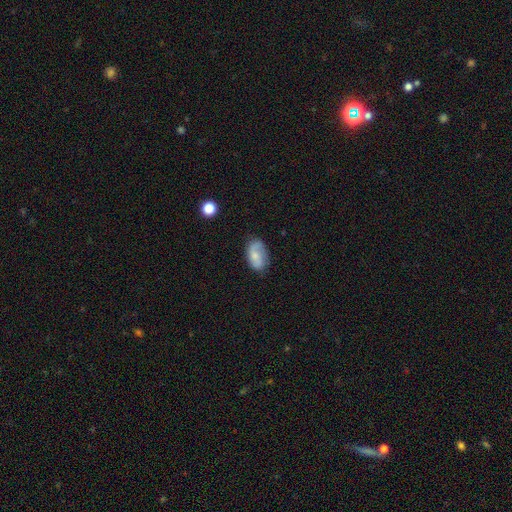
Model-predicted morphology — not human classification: Smooth or featured? smooth (54%)
How rounded? in between (90%)
Merging? none (69%)